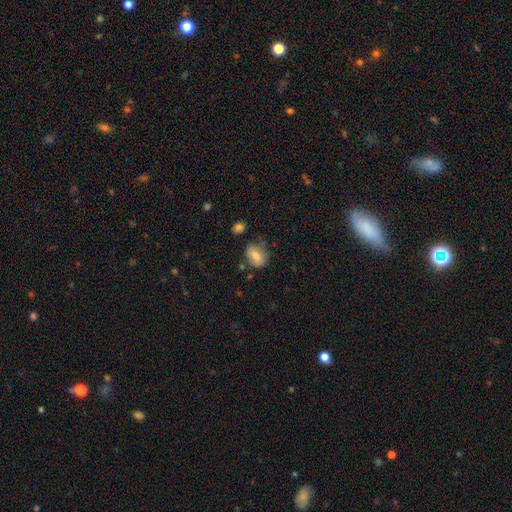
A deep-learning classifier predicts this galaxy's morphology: This appears to be a smooth galaxy with no disk features (71%) that is in between round and cigar-shaped (61%). Merging: none (62%).